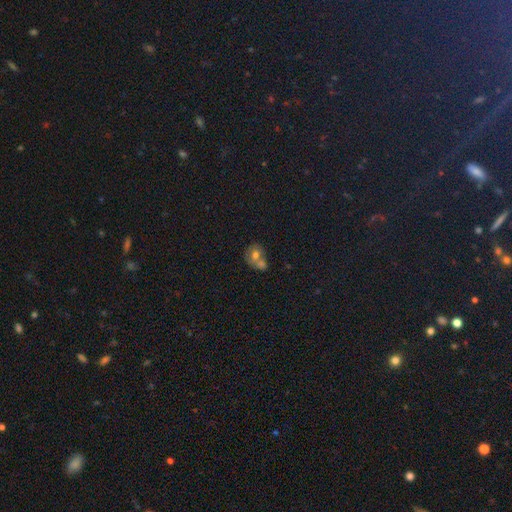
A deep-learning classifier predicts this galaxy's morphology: Smooth or featured? Predicted: smooth (p=0.61). How rounded? Predicted: round (p=0.65). Merging? Predicted: merger (p=0.58).